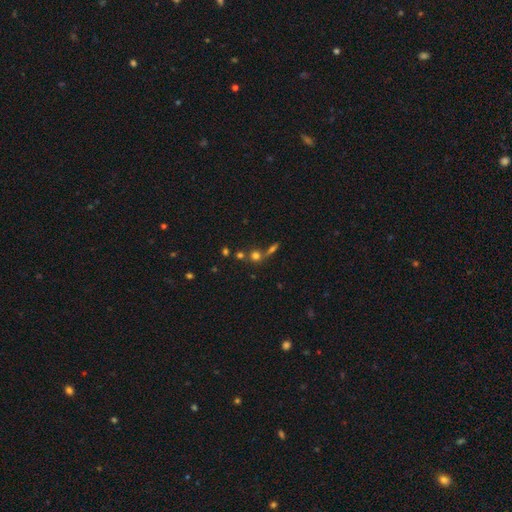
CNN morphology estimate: Smooth or featured? smooth (64%)
How rounded? round (86%)
Merging? none (52%)